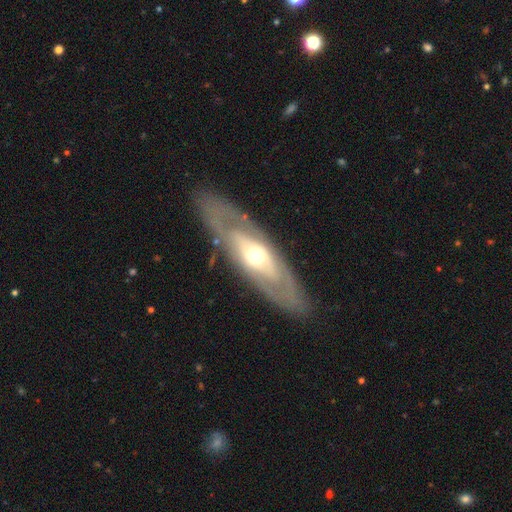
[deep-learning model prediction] featured or disk 72%, smooth 23%, star or artifact 5%. Down the decision tree: edge-on disk — no (74%); bar — no (75%); spiral arms — no (59%); bulge size — moderate (58%); merging — none (82%).